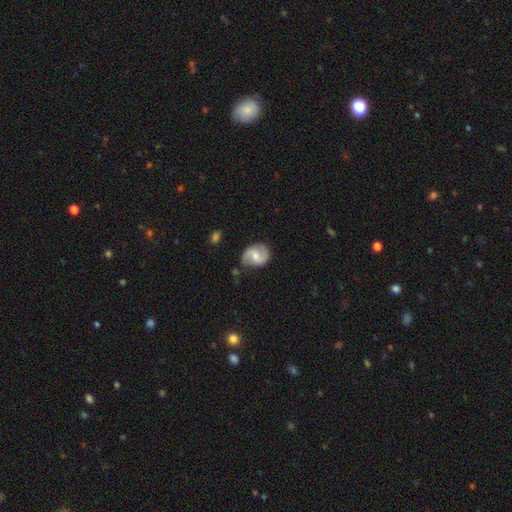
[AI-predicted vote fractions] Overall: featured or disk (69%). Edge-on disk: no (98%). Bar: weak (54%; no 31%). Spiral arms: yes (92%). Spiral arm count: 2 (88%). Spiral winding: medium (46%; loose 36%). Bulge size: moderate (56%; small 32%). Merging: none (71%).